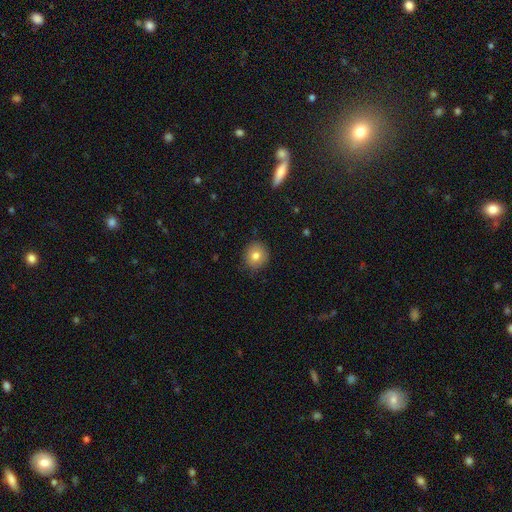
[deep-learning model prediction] Smooth or featured: smooth — 79% (featured or disk — 11%)
How rounded: round — 85% (in between — 14%)
Merging: none — 87% (minor disturbance — 10%)